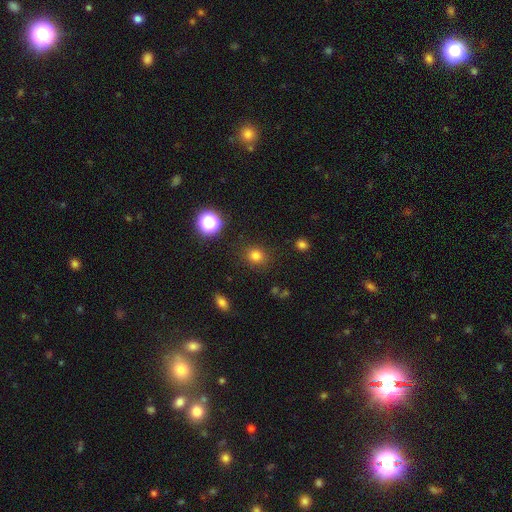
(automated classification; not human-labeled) Smooth or featured? smooth (79%)
How rounded? round (83%)
Merging? none (87%)